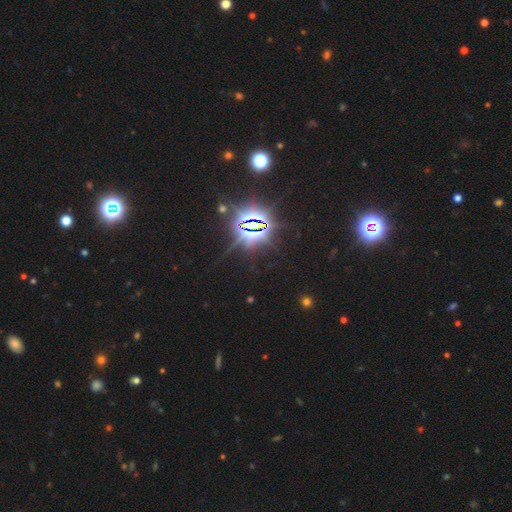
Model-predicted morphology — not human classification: This is clearly a star or artifact rather than a galaxy (83%).